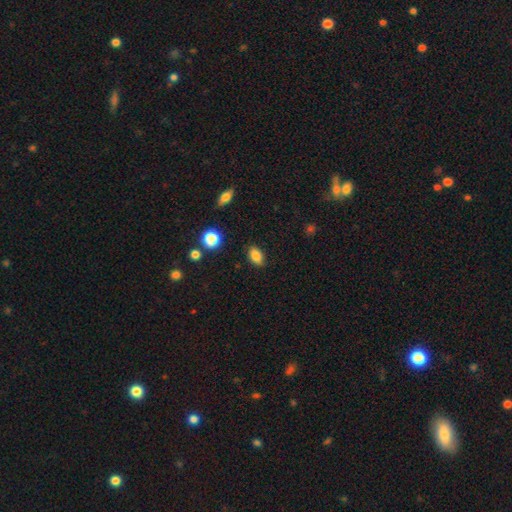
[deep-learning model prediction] Smooth or featured: smooth — 84% (star or artifact — 10%)
How rounded: in between — 85% (round — 13%)
Merging: none — 83% (minor disturbance — 13%)